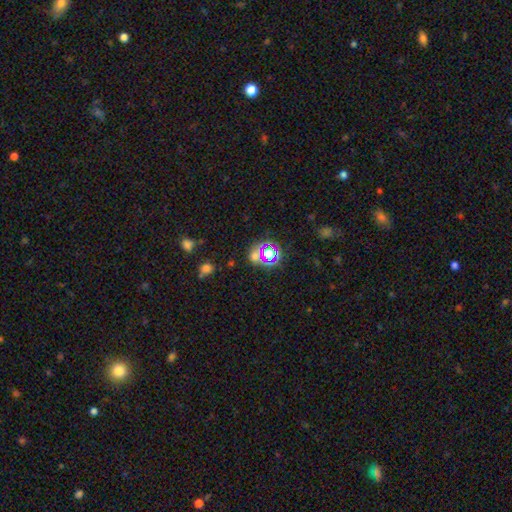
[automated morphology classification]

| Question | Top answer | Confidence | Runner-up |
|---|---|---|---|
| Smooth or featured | star or artifact | 58% | smooth (32%) |